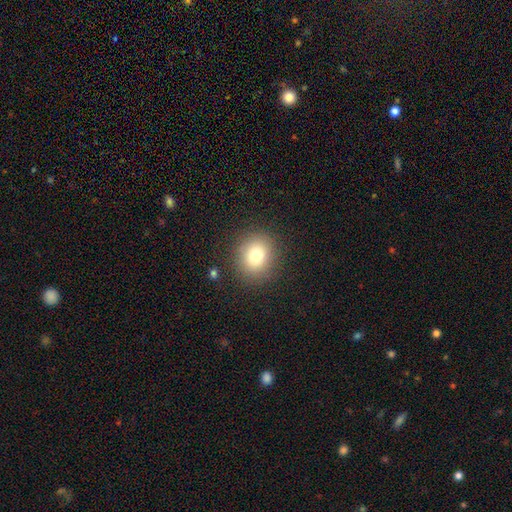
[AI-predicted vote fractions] Smooth or featured? Predicted: smooth (p=0.78). How rounded? Predicted: round (p=0.80). Merging? Predicted: none (p=0.87).